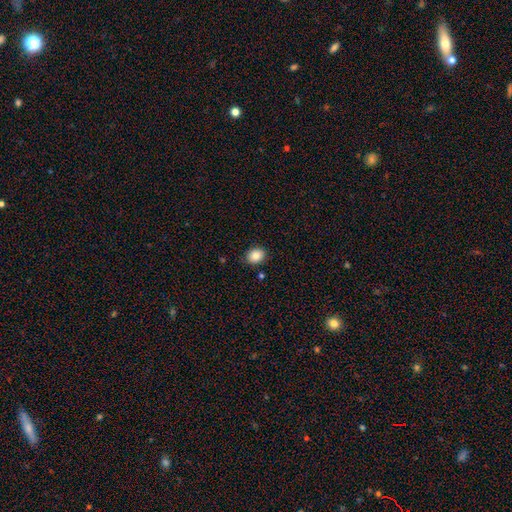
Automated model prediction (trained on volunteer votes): smooth-or-featured: smooth: 84% | star or artifact: 9% | featured or disk: 7%
  how-rounded: in between: 50% | round: 49% | cigar-shaped: 1%
  merging: none: 86% | minor disturbance: 10% | merger: 2% | major disturbance: 2%